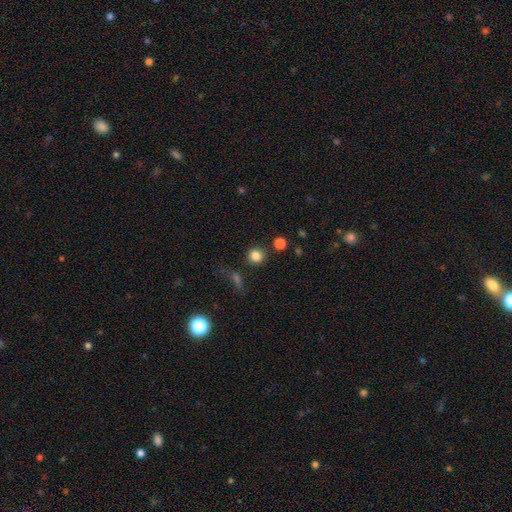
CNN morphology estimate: A smooth galaxy with no disk features (83%) that is round (91%).

Vote fractions:
- Smooth or featured? smooth: 83% / star or artifact: 12% / featured or disk: 5%
- How rounded? round: 91% / in between: 8% / cigar-shaped: 1%
- Merging? none: 85% / minor disturbance: 7% / merger: 5% / major disturbance: 3%